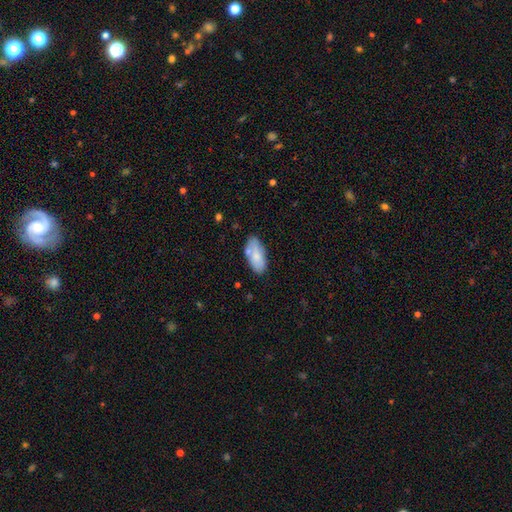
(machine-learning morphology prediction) A smooth galaxy with no disk features (75%) that is in between round and cigar-shaped (90%).

Vote fractions:
- Smooth or featured? smooth: 75% / featured or disk: 19% / star or artifact: 6%
- How rounded? in between: 90% / cigar-shaped: 8% / round: 2%
- Merging? none: 64% / minor disturbance: 21% / merger: 9% / major disturbance: 5%